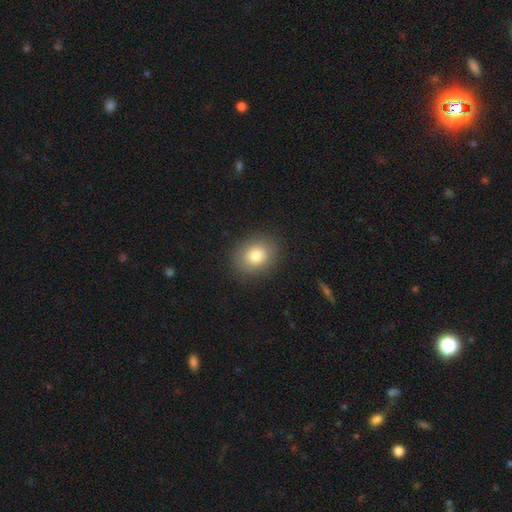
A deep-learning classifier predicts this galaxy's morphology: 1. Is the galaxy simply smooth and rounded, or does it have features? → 81% smooth, 10% featured or disk, 9% star or artifact.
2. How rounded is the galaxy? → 57% round, 42% in between, 1% cigar-shaped.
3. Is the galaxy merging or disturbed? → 88% none, 8% minor disturbance, 3% major disturbance, 1% merger.